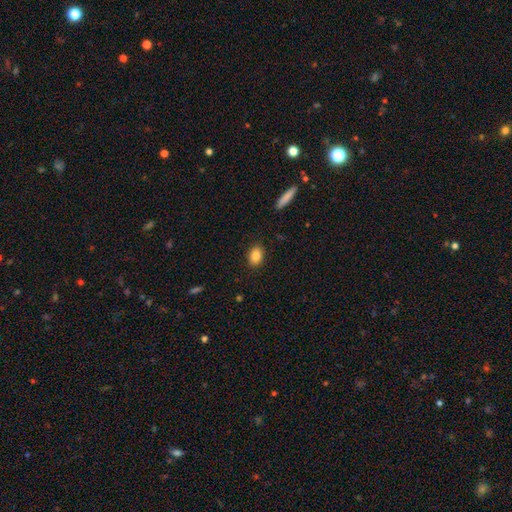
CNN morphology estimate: Smooth or featured? smooth (86%)
How rounded? in between (80%)
Merging? none (88%)